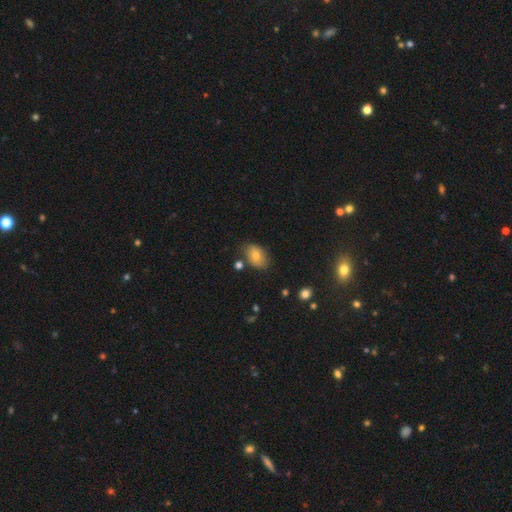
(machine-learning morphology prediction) Smooth or featured? Predicted: smooth (p=0.74). How rounded? Predicted: in between (p=0.83). Merging? Predicted: none (p=0.70).